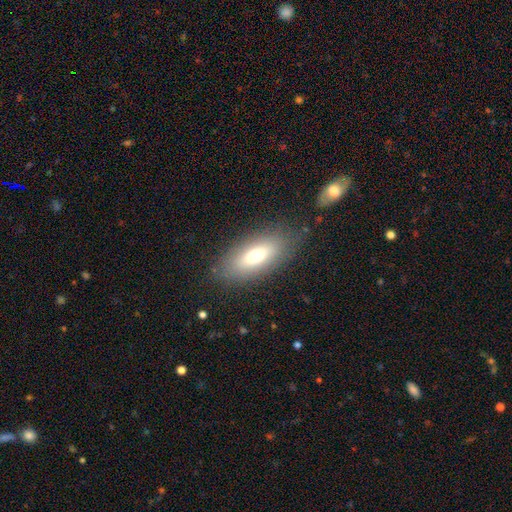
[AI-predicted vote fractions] Overall: smooth (69%). How rounded: in between (80%). Merging: none (82%).